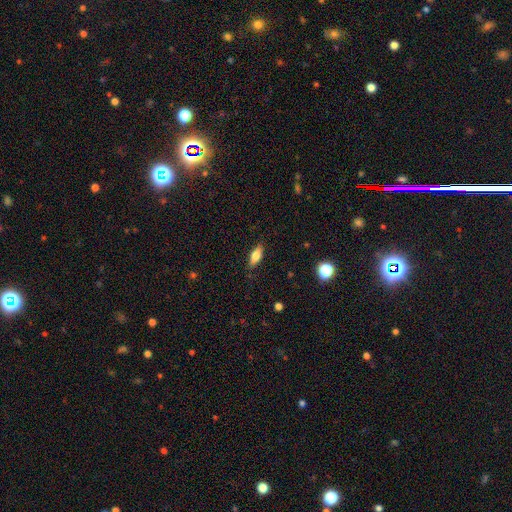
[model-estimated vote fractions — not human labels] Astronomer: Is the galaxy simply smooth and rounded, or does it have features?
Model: smooth — 67%.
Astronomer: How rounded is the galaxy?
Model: in between — 66%.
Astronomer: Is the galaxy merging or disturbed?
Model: none — 85%.